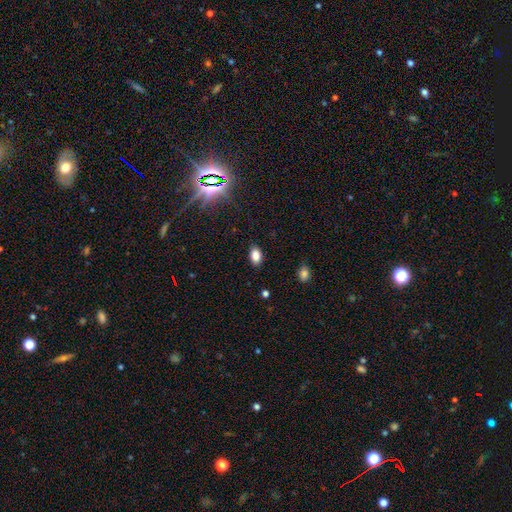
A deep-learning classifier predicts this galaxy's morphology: smooth 84%, star or artifact 11%, featured or disk 5%. Down the decision tree: how rounded — in between (88%); merging — none (86%).